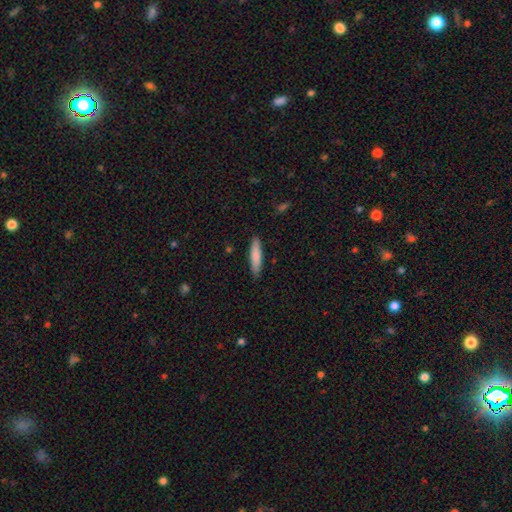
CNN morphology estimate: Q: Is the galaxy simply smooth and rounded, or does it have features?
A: smooth — 82%.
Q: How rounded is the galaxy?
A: cigar-shaped — 83%.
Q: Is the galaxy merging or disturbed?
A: none — 88%.